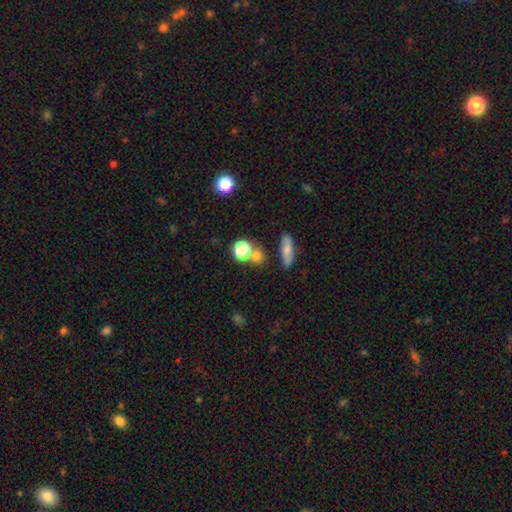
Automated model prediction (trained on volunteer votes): Q: Smooth or featured?
A: smooth (77%); runner-up: star or artifact (13%)
Q: How rounded?
A: round (72%); runner-up: in between (23%)
Q: Merging?
A: none (53%); runner-up: merger (33%)